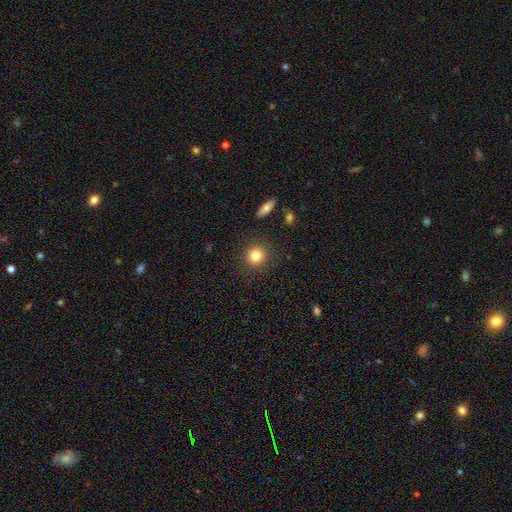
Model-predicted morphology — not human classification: A smooth galaxy with no disk features (82%) that is round (90%). Merging: none (89%).